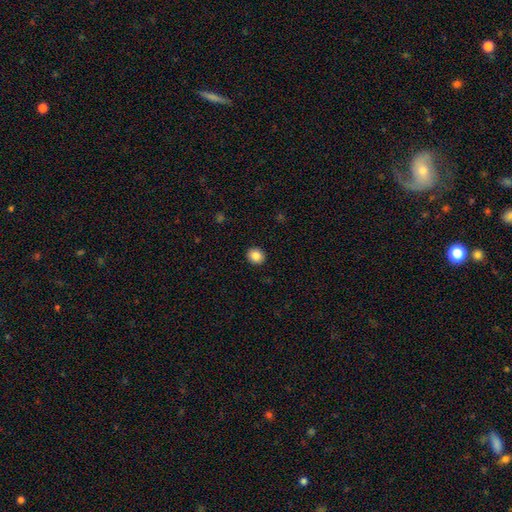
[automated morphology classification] Smooth or featured? Predicted: smooth (p=0.86). How rounded? Predicted: round (p=0.84). Merging? Predicted: none (p=0.92).